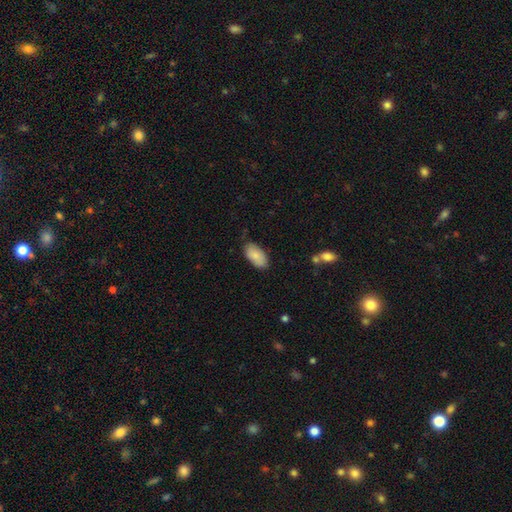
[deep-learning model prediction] A smooth galaxy with no disk features (86%) that is in between round and cigar-shaped (94%).

Vote fractions:
- Smooth or featured? smooth: 86% / featured or disk: 8% / star or artifact: 6%
- How rounded? in between: 94% / cigar-shaped: 4% / round: 2%
- Merging? none: 79% / minor disturbance: 17% / major disturbance: 3% / merger: 2%